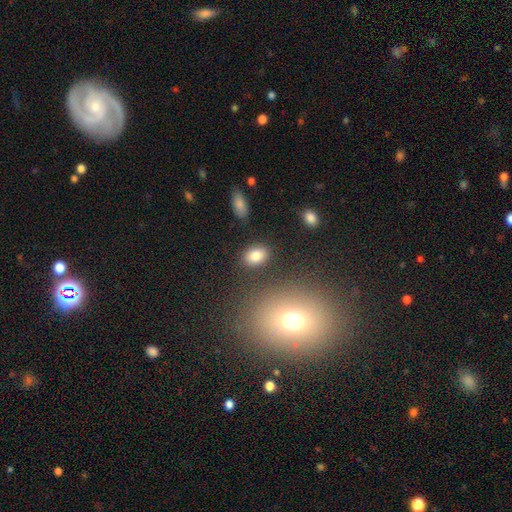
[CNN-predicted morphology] Q: Smooth or featured?
A: smooth (83%); runner-up: star or artifact (9%)
Q: How rounded?
A: in between (79%); runner-up: round (20%)
Q: Merging?
A: none (84%); runner-up: minor disturbance (10%)